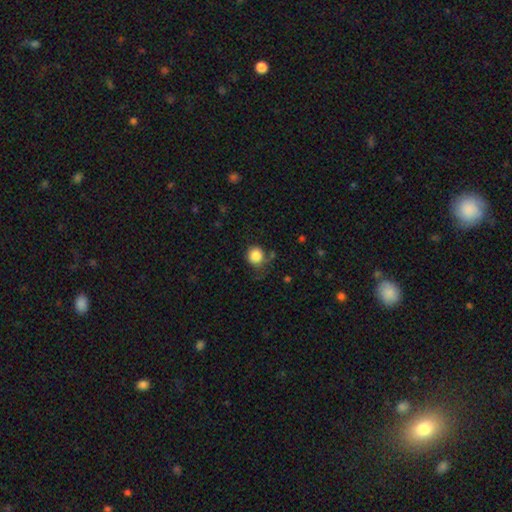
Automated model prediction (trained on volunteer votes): Overall: smooth (85%). How rounded: round (90%). Merging: none (72%).